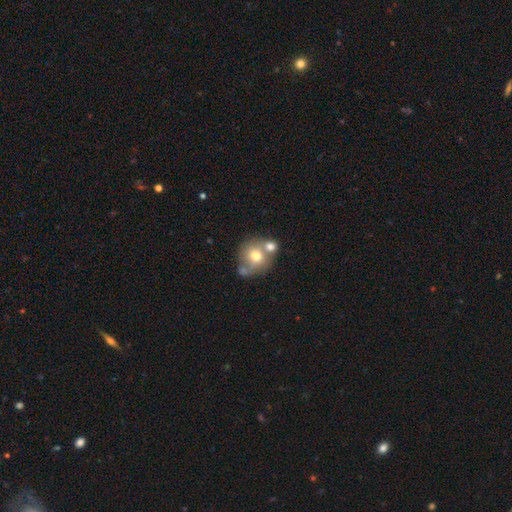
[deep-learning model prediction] This is likely a smooth galaxy (65%). How rounded: likely round (80%). Merging: marginally merger (42%).